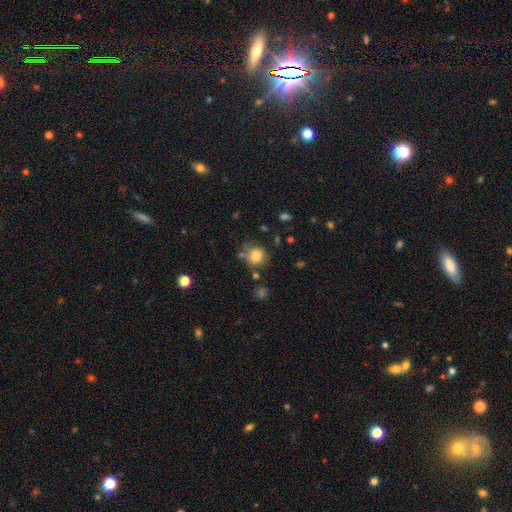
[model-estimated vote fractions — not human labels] smooth-or-featured: smooth: 82% | star or artifact: 11% | featured or disk: 7%
  how-rounded: round: 88% | in between: 11% | cigar-shaped: 1%
  merging: none: 71% | minor disturbance: 15% | merger: 9% | major disturbance: 5%